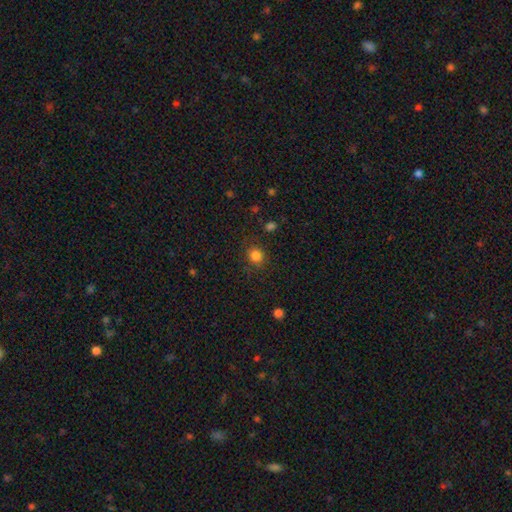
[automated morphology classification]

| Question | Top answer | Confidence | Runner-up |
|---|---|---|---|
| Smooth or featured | smooth | 83% | star or artifact (12%) |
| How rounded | round | 83% | in between (16%) |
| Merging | none | 83% | minor disturbance (11%) |